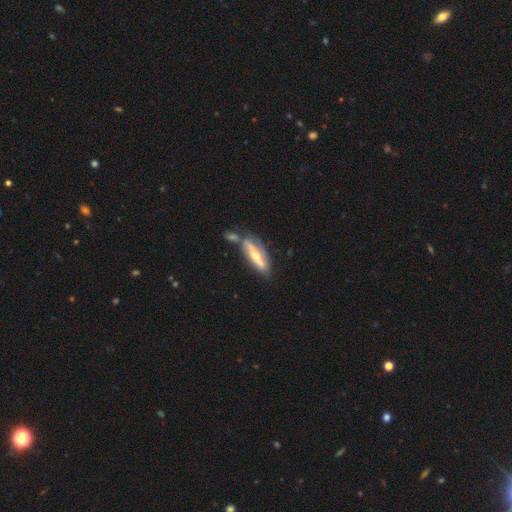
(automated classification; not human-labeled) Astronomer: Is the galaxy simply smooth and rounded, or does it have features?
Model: featured or disk — 65%.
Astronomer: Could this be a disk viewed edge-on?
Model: yes — 66%.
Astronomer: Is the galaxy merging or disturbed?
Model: none — 53%.